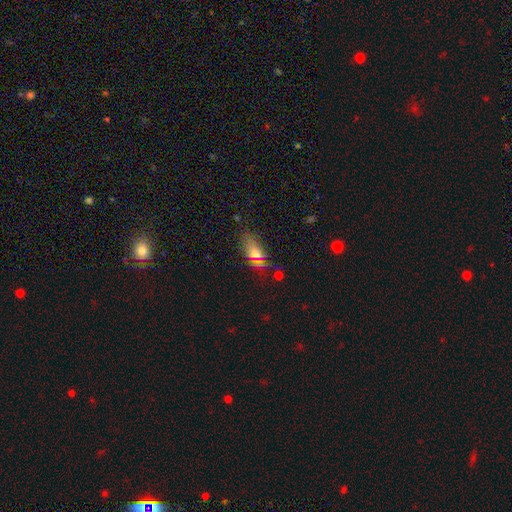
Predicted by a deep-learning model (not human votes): A smooth galaxy with no disk features (60%) that is in between round and cigar-shaped (79%).

Vote fractions:
- Smooth or featured? smooth: 60% / star or artifact: 27% / featured or disk: 13%
- How rounded? in between: 79% / round: 13% / cigar-shaped: 8%
- Merging? none: 68% / minor disturbance: 18% / major disturbance: 9% / merger: 5%